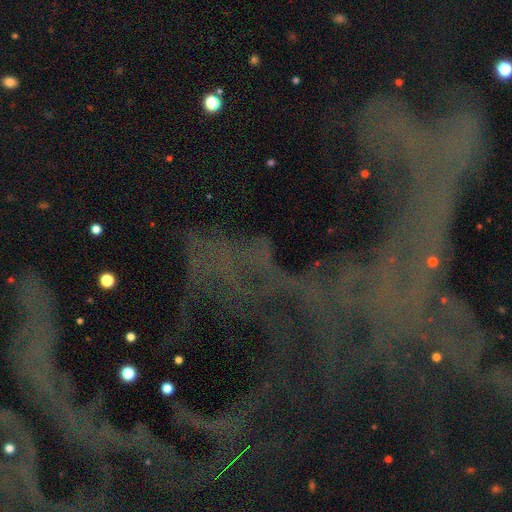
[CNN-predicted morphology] smooth_or_featured: star or artifact (p=0.67) [alt: featured or disk p=0.20]